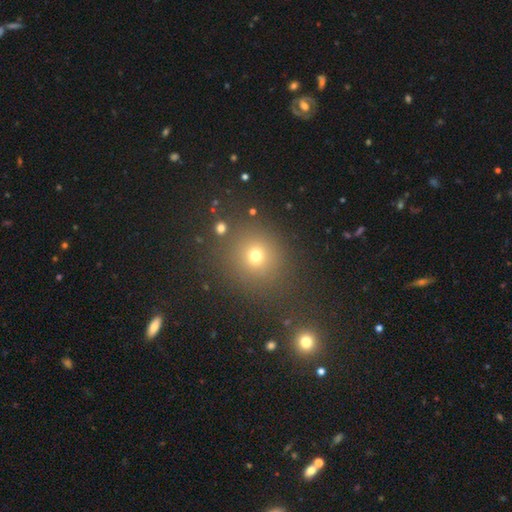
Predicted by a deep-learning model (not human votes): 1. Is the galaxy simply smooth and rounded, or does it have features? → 69% smooth, 23% star or artifact, 8% featured or disk.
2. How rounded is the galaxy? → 85% round, 14% in between, 1% cigar-shaped.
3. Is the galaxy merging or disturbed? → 81% none, 9% minor disturbance, 5% merger, 4% major disturbance.